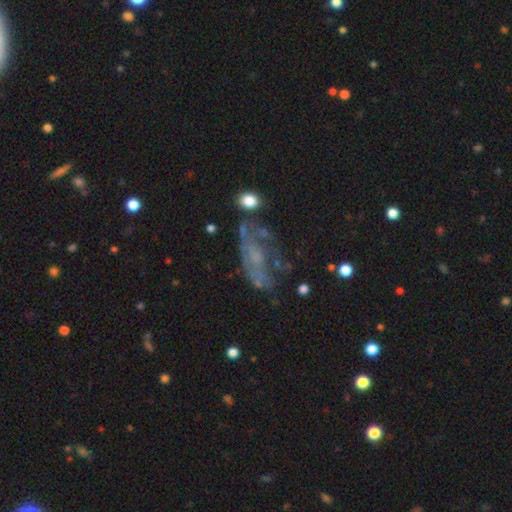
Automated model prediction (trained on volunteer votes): A featured or disk galaxy (59%) with no bar (76%), no spiral arms (57%) and no central bulge (44%).

Vote fractions:
- Smooth or featured? featured or disk: 59% / smooth: 25% / star or artifact: 15%
- Edge-on disk? no: 89% / yes: 11%
- Bar? no: 76% / weak: 19% / strong: 5%
- Spiral arms? no: 57% / yes: 43%
- Bulge size? none: 44% / small: 33% / moderate: 19% / large: 3% / dominant: 2%
- Merging? none: 42% / major disturbance: 26% / minor disturbance: 23% / merger: 9%